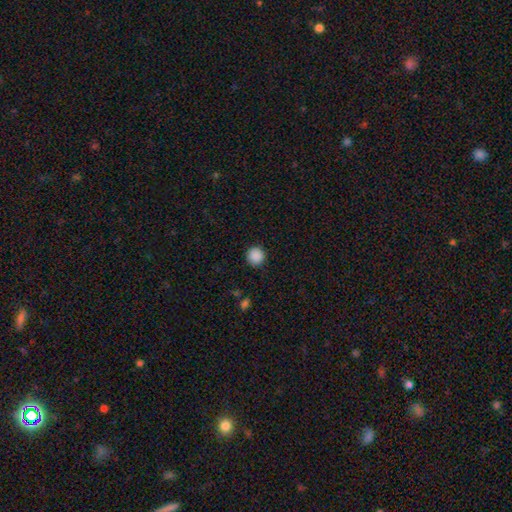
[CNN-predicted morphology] The model was most divided on "smooth or featured": smooth: 88%, star or artifact: 9%, featured or disk: 2%. More confident: how rounded — round (95%); merging — none (91%).